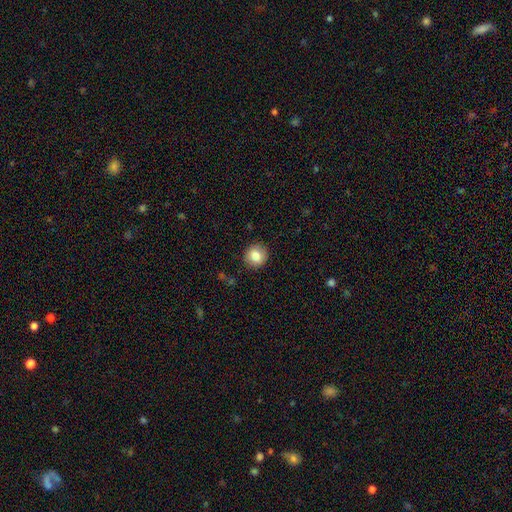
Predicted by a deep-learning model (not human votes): This appears to be a smooth galaxy with no disk features (83%) that is round (91%). Merging: none (90%).